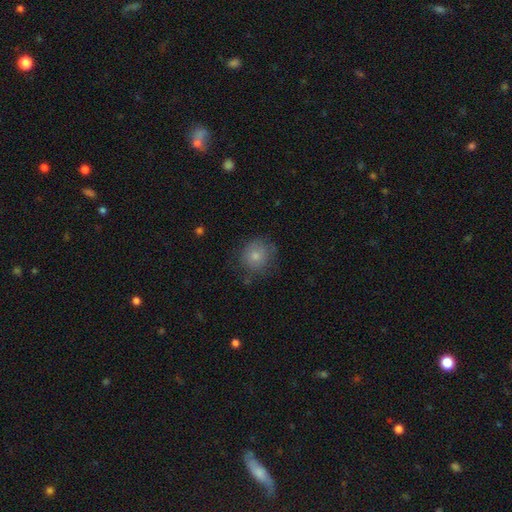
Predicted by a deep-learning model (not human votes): Overall: smooth (78%). How rounded: round (88%). Merging: none (71%).